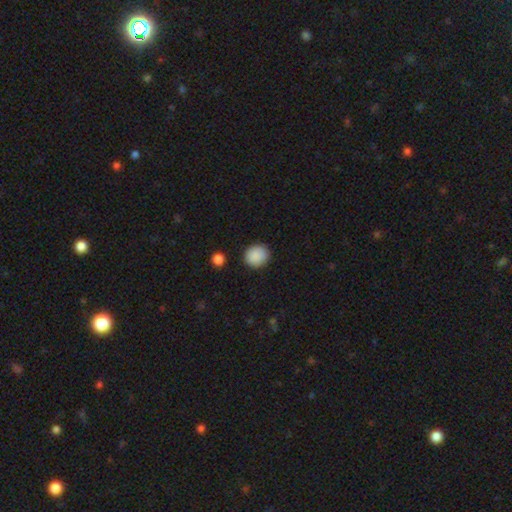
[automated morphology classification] The model was most divided on "how rounded": round: 87%, in between: 12%, cigar-shaped: 1%. More confident: merging — none (90%); smooth or featured — smooth (89%).